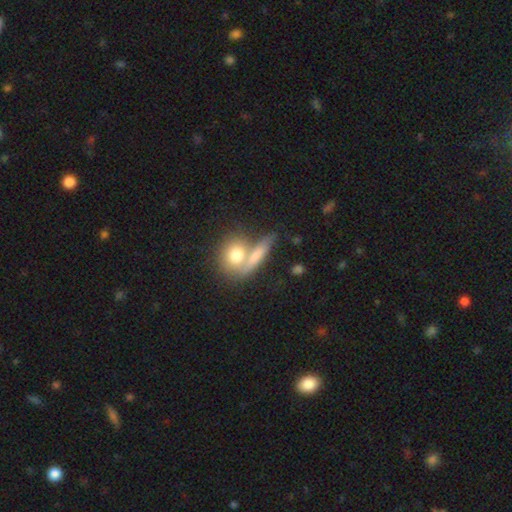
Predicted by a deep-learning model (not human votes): Smooth or featured? Predicted: smooth (p=0.70). How rounded? Predicted: in between (p=0.35). Merging? Predicted: merger (p=0.43).